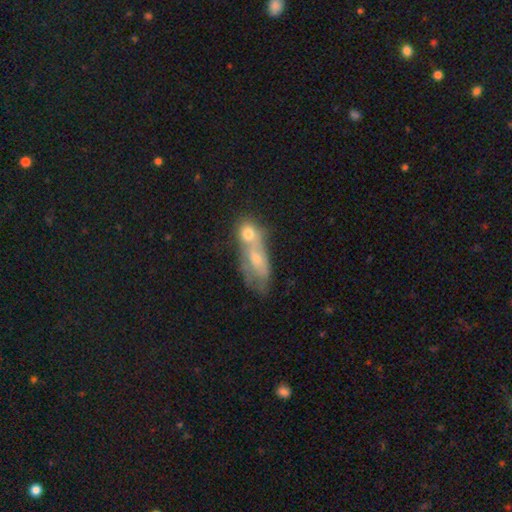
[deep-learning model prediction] The model was most divided on "smooth or featured": featured or disk: 46%, smooth: 41%, star or artifact: 13%. More confident: merging — merger (56%).